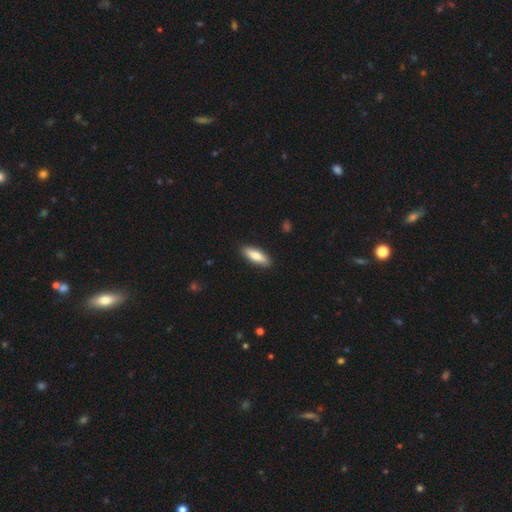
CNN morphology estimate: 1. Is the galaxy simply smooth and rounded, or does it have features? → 78% smooth, 17% featured or disk, 5% star or artifact.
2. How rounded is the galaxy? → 53% in between, 45% cigar-shaped, 2% round.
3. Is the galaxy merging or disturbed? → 90% none, 8% minor disturbance, 2% major disturbance, 1% merger.